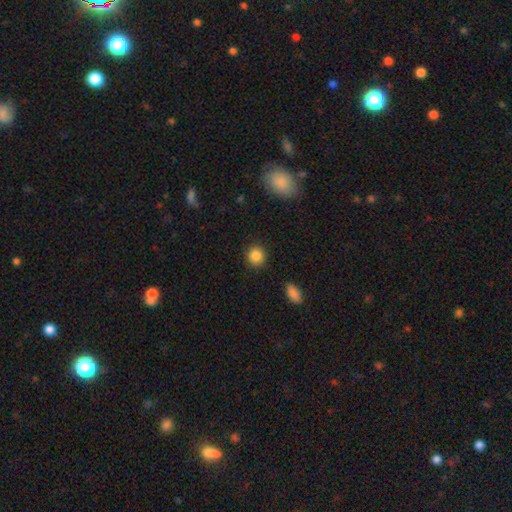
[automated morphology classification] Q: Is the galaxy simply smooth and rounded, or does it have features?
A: smooth — 86%.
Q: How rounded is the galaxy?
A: round — 88%.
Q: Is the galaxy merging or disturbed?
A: none — 90%.